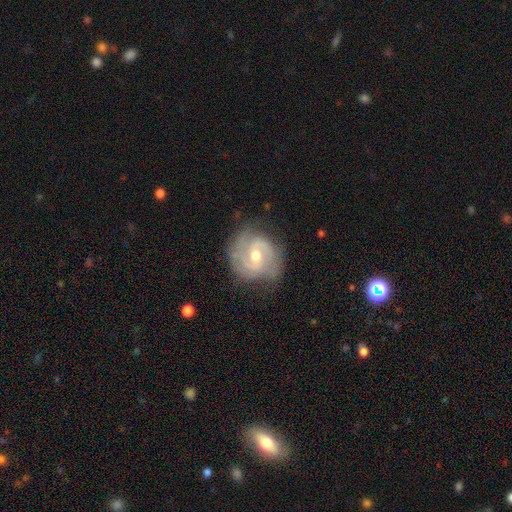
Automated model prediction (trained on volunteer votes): Overall: featured or disk (84%). Edge-on disk: no (97%). Bar: weak (47%; no 40%). Spiral arms: yes (95%). Spiral arm count: 2 (65%). Spiral winding: tight (54%; medium 37%). Bulge size: moderate (65%; small 31%). Merging: none (74%).